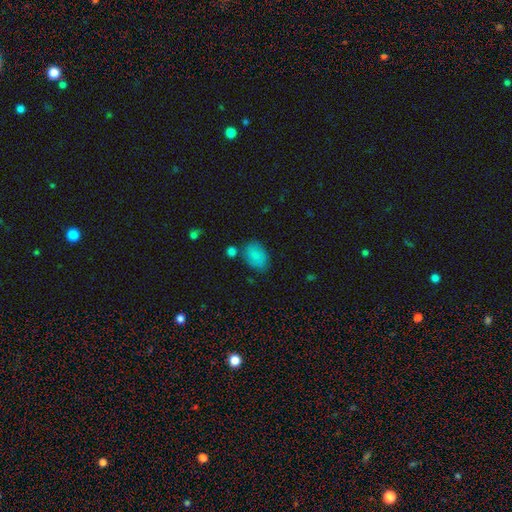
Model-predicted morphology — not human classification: Smooth or featured?
  - smooth: 85% *
  - star or artifact: 8%
  - featured or disk: 7%
How rounded?
  - in between: 83% *
  - round: 16%
  - cigar-shaped: 1%
Merging?
  - none: 69% *
  - minor disturbance: 18%
  - merger: 8%
  - major disturbance: 5%